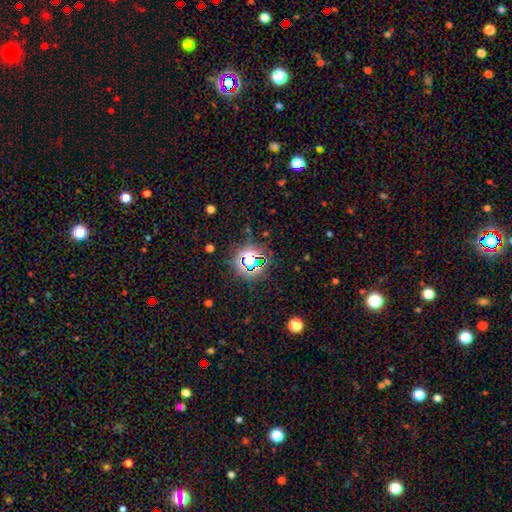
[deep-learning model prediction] Smooth or featured?
  - star or artifact: 74% *
  - smooth: 17%
  - featured or disk: 9%